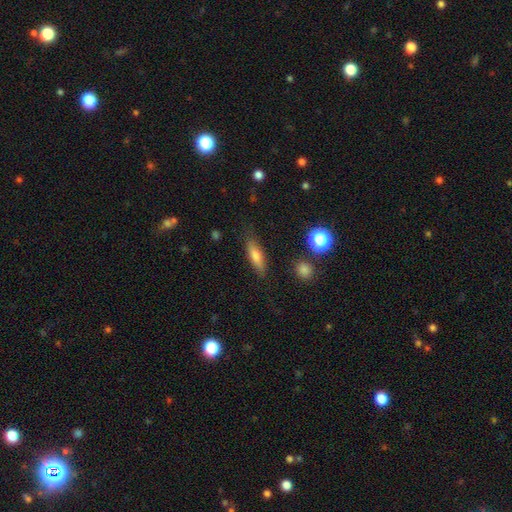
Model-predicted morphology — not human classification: type=smooth (68%); roundness=cigar-shaped (58%); merging=none (81%).